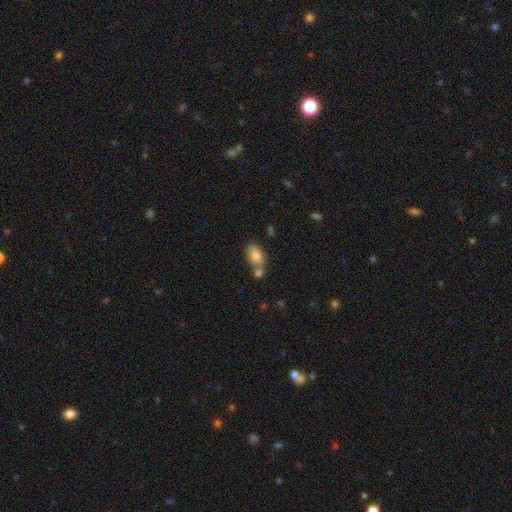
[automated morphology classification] Smooth or featured? smooth (83%)
How rounded? in between (92%)
Merging? none (55%)